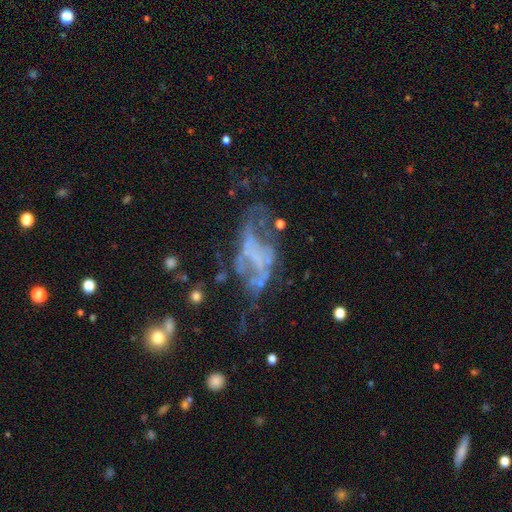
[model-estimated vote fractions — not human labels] Smooth or featured?
  - featured or disk: 69% *
  - smooth: 16%
  - star or artifact: 16%
Edge-on disk?
  - no: 95% *
  - yes: 5%
Bar?
  - no: 66% *
  - weak: 20%
  - strong: 14%
Spiral arms?
  - no: 65% *
  - yes: 35%
Bulge size?
  - none: 76% *
  - small: 12%
  - moderate: 7%
  - large: 3%
  - dominant: 1%
Merging?
  - major disturbance: 44% *
  - none: 29%
  - minor disturbance: 18%
  - merger: 9%